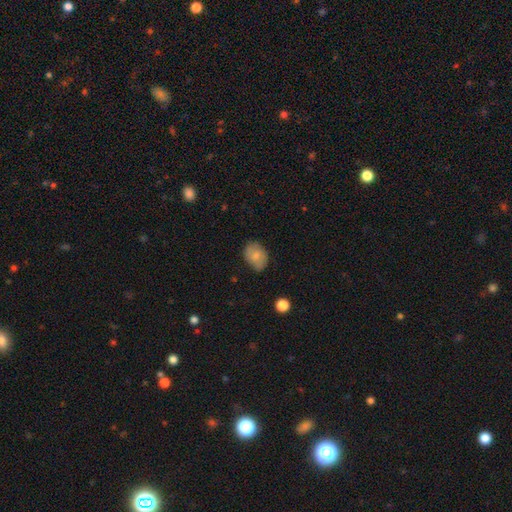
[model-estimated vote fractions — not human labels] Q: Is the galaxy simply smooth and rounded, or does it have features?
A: smooth — 73%.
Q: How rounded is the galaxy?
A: in between — 72%.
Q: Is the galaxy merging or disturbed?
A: none — 71%.